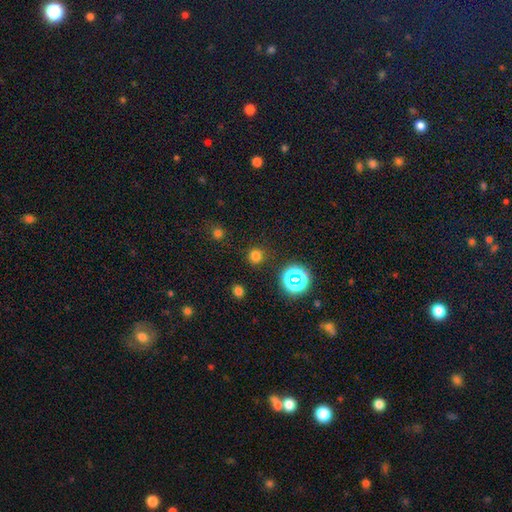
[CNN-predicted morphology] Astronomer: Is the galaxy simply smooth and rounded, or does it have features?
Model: smooth — 72%.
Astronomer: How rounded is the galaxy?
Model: round — 92%.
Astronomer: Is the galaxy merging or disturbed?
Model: none — 88%.